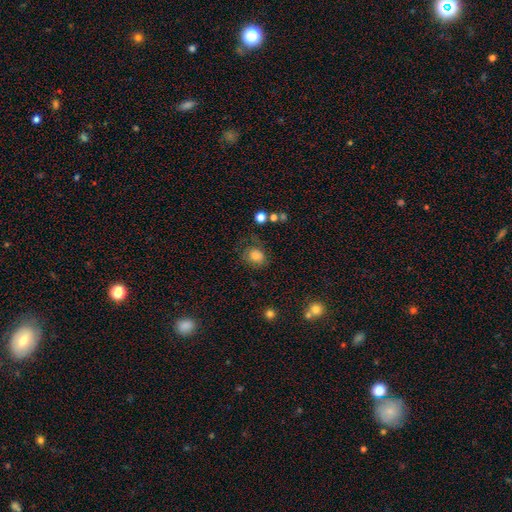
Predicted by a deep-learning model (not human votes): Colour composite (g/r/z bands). It shows a smooth galaxy with no disk features (72%) that is round (55%). Merging: none (56%).